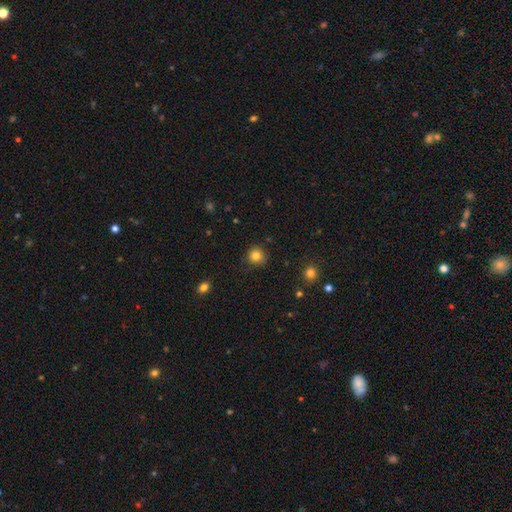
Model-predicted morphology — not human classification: A smooth galaxy with no disk features (83%) that is round (89%). Merging: none (83%).